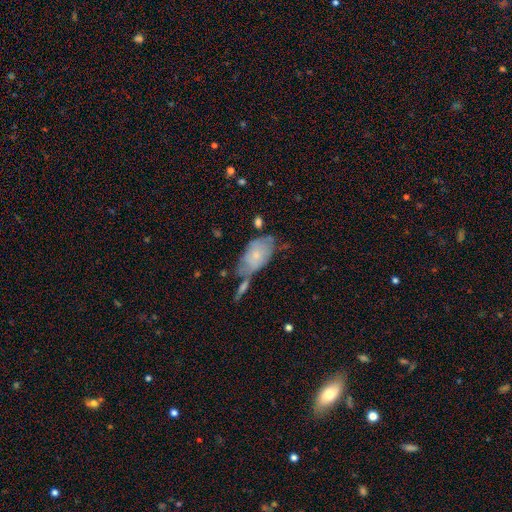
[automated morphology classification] smooth-or-featured: smooth: 50% | featured or disk: 39% | star or artifact: 10%
  how-rounded: in between: 87% | round: 6% | cigar-shaped: 6%
  merging: none: 41% | merger: 24% | minor disturbance: 24% | major disturbance: 11%